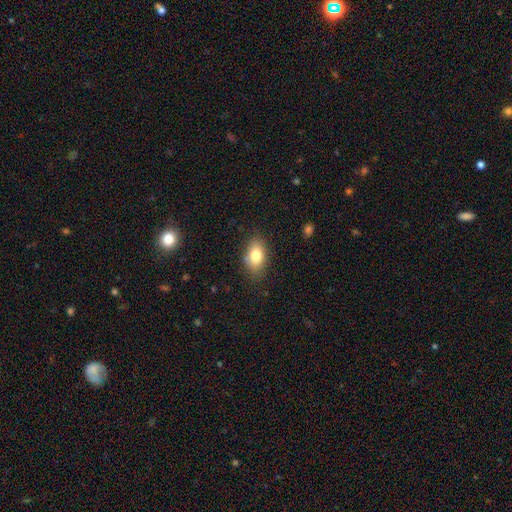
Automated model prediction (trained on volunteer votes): The model was most divided on "merging": none: 82%, minor disturbance: 14%, major disturbance: 3%, merger: 1%. More confident: how rounded — in between (87%); smooth or featured — smooth (80%).